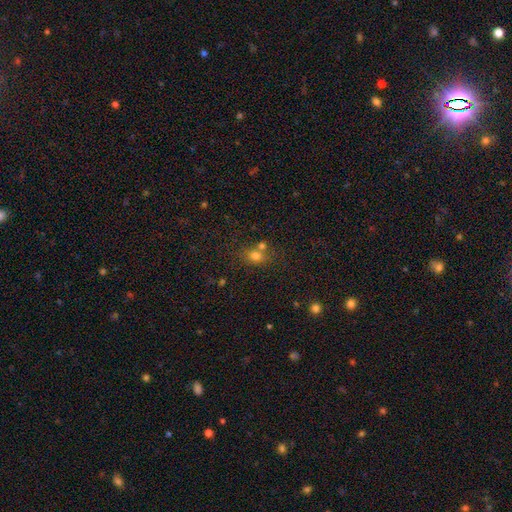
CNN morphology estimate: Smooth or featured: smooth — 73% (star or artifact — 16%)
How rounded: round — 55% (in between — 44%)
Merging: none — 52% (merger — 32%)